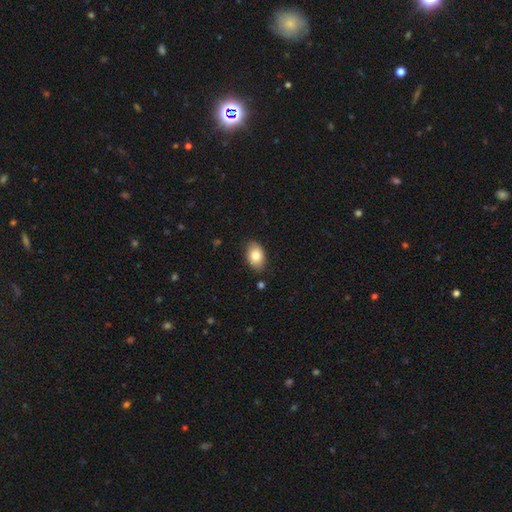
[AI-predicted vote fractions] Q: Smooth or featured?
A: smooth (83%); runner-up: featured or disk (10%)
Q: How rounded?
A: in between (88%); runner-up: round (11%)
Q: Merging?
A: none (83%); runner-up: minor disturbance (13%)